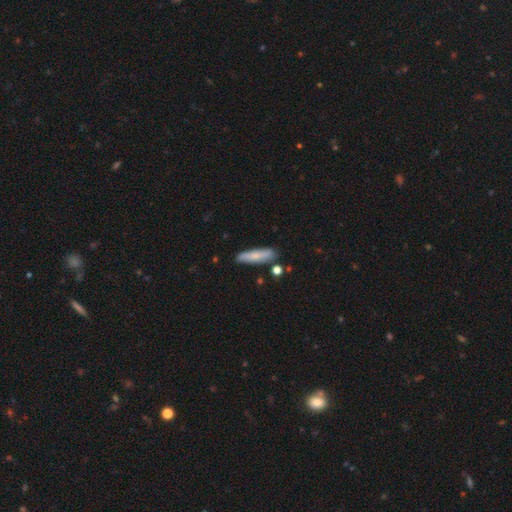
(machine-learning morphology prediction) A smooth galaxy with no disk features (72%) that is cigar-shaped (77%). Merging: none (80%).